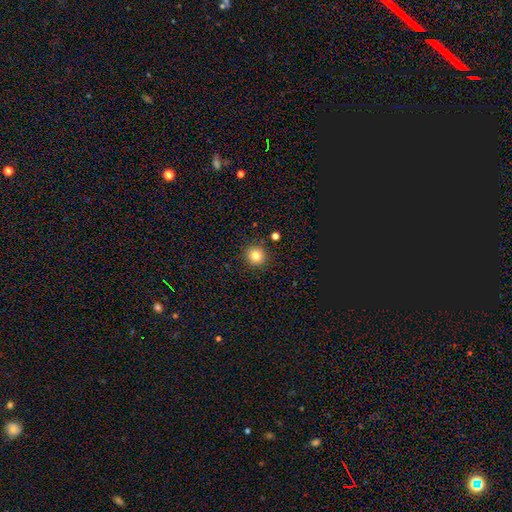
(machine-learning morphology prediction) Smooth or featured? Predicted: smooth (p=0.83). How rounded? Predicted: round (p=0.93). Merging? Predicted: none (p=0.89).